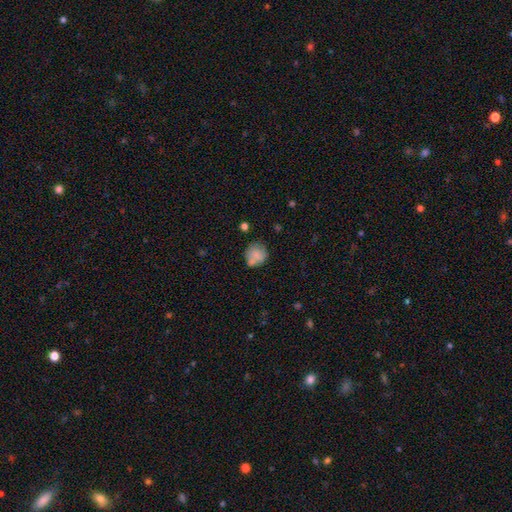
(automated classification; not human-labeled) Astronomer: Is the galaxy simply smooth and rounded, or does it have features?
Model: smooth — 78%.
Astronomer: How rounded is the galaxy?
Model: round — 81%.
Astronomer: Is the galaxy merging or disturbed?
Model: none — 58%.